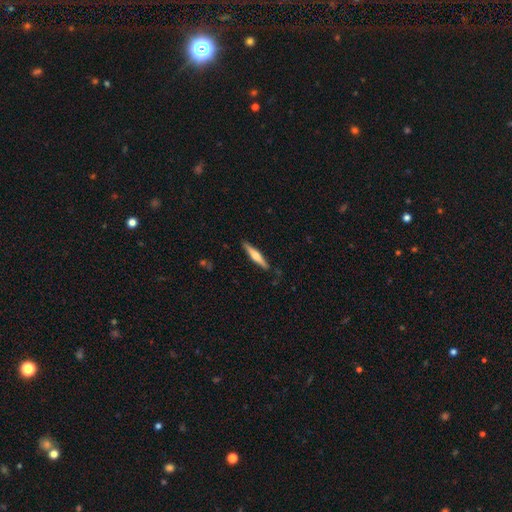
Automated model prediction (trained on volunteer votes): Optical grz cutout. It shows a featured or disk galaxy (57%) viewed edge-on (97%) with a rounded central bulge (81%). Merging: none (88%).